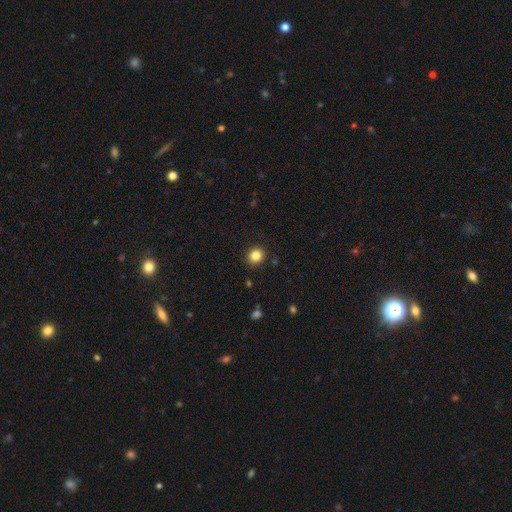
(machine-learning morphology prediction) A smooth galaxy with no disk features (84%) that is round (84%).

Vote fractions:
- Smooth or featured? smooth: 84% / star or artifact: 11% / featured or disk: 5%
- How rounded? round: 84% / in between: 15% / cigar-shaped: 1%
- Merging? none: 91% / minor disturbance: 6% / major disturbance: 2% / merger: 1%